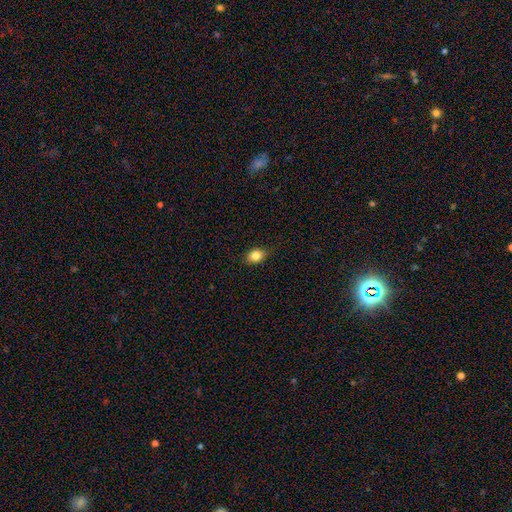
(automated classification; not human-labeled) A smooth galaxy with no disk features (83%) that is in between round and cigar-shaped (63%). Merging: none (85%).